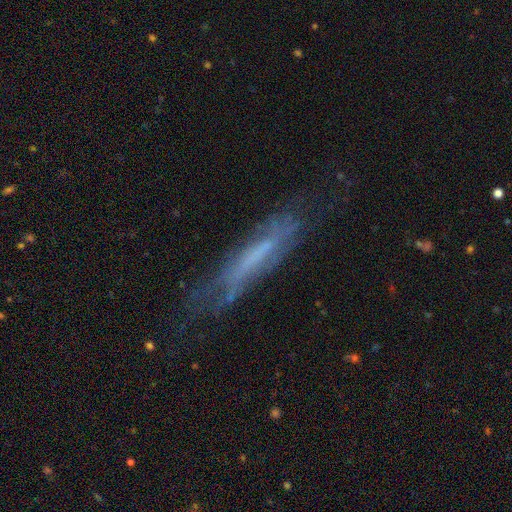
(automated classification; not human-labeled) Smooth or featured? Predicted: featured or disk (p=0.56). Edge-on disk? Predicted: yes (p=0.60). Merging? Predicted: none (p=0.61).